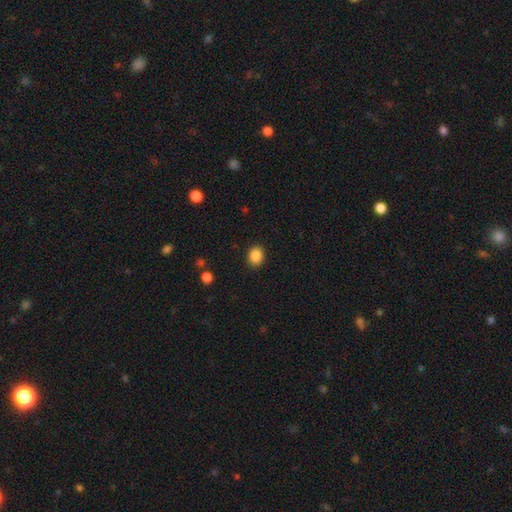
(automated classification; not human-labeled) This is clearly a smooth galaxy (87%). How rounded: possibly round (56%). Merging: clearly none (90%).